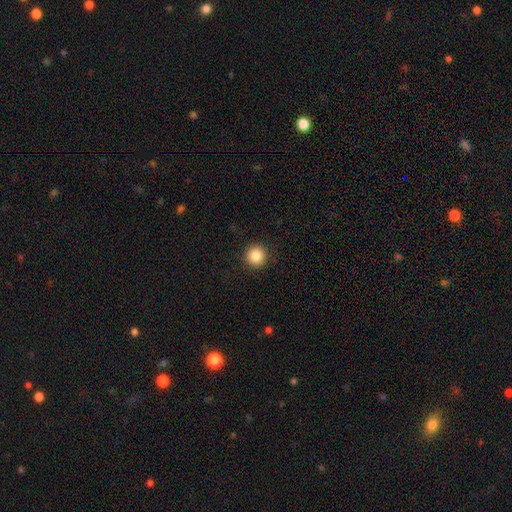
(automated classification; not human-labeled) Overall: smooth (85%). How rounded: round (95%). Merging: none (92%).